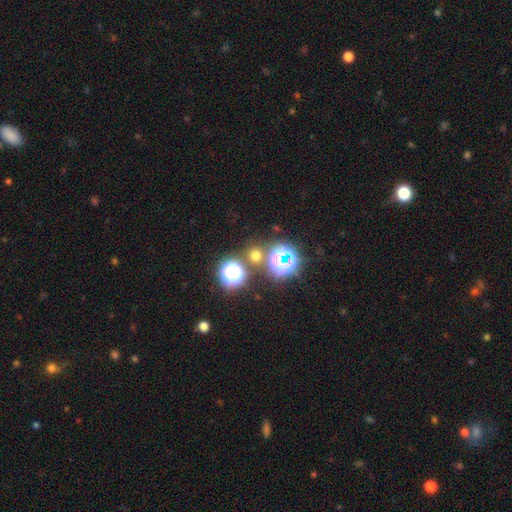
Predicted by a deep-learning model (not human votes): Overall: smooth (53%; star or artifact 40%). How rounded: round (87%). Merging: none (74%).